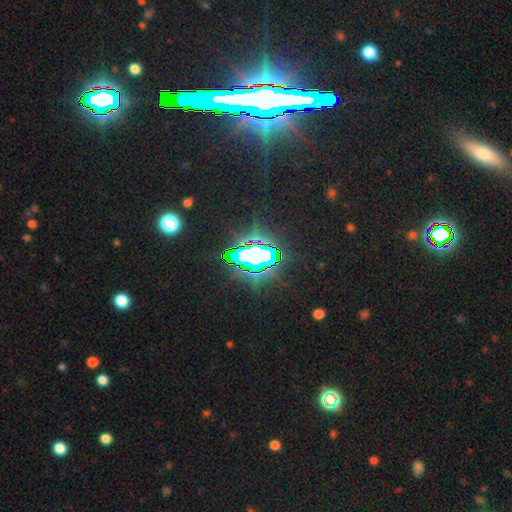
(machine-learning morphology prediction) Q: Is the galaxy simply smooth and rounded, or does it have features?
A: star or artifact — 75%.